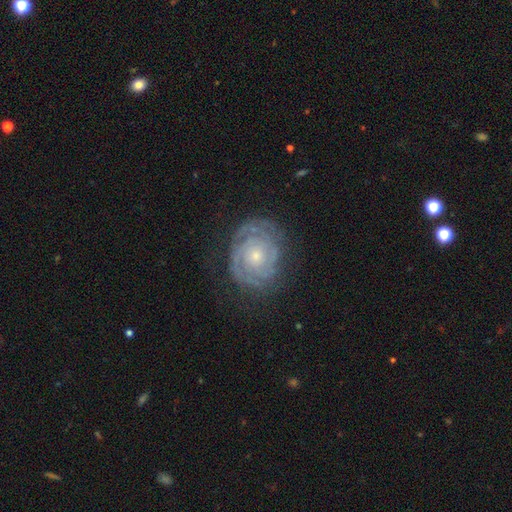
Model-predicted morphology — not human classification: This appears to be a featured or disk galaxy (85%) with no bar (80%), 2 (35%) tight (81%) spiral arms (95%) and a small central bulge (64%). Merging: none (76%).